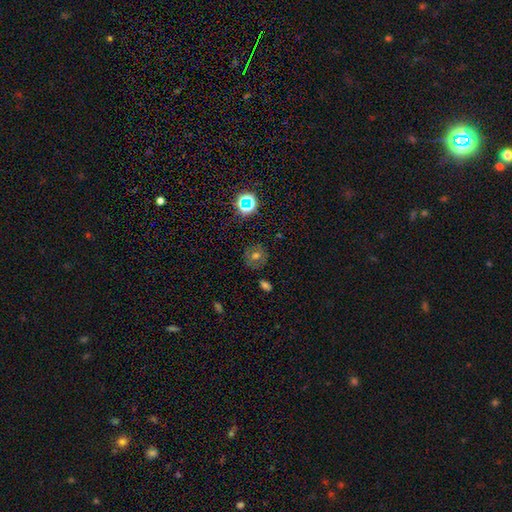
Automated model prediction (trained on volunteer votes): The model was most divided on "smooth or featured": smooth: 50%, featured or disk: 25%, star or artifact: 25%. More confident: how rounded — round (87%); merging — none (82%).